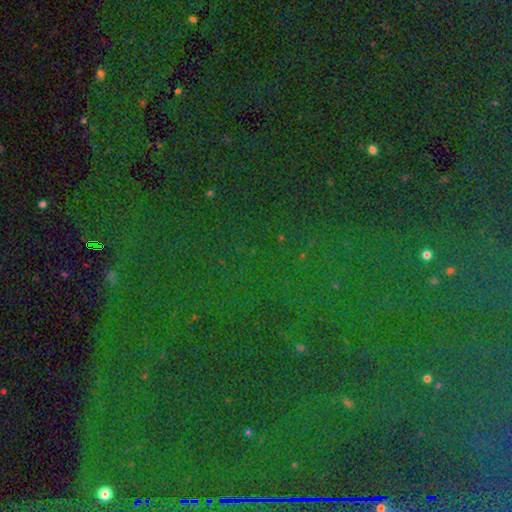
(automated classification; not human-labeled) A star or artifact, not a galaxy (84%).